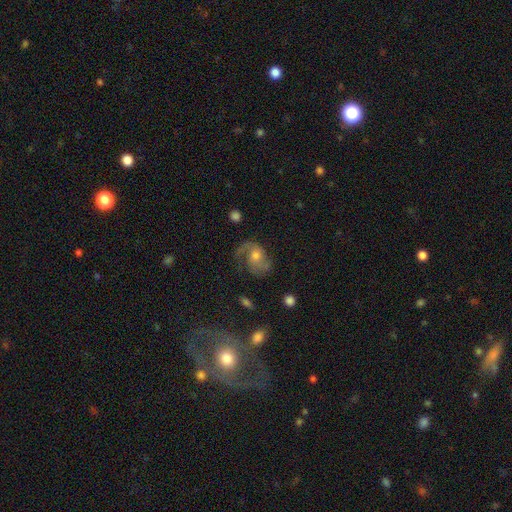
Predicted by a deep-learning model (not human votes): A featured or disk galaxy (76%) with no bar (66%), 2 (66%) medium (45%) spiral arms (93%) and a moderate central bulge (58%). Merging: none (57%).